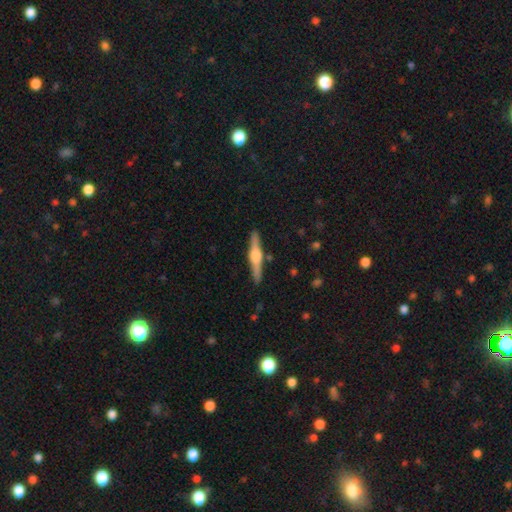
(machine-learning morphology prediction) Smooth or featured? featured or disk (75%)
Edge-on disk? yes (98%)
Edge-on bulge? rounded (90%)
Merging? none (90%)